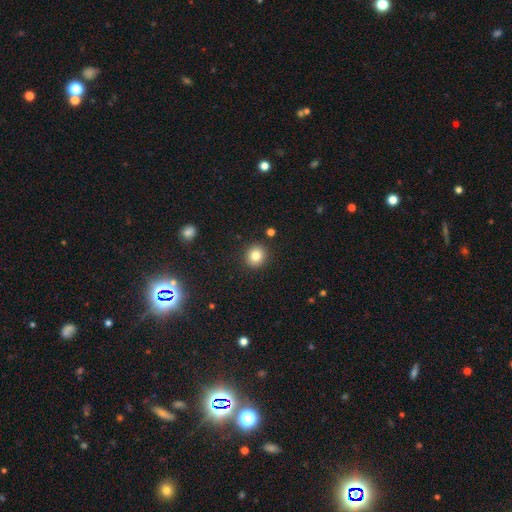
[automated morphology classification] This appears to be a smooth galaxy with no disk features (82%) that is round (87%). Merging: none (91%).